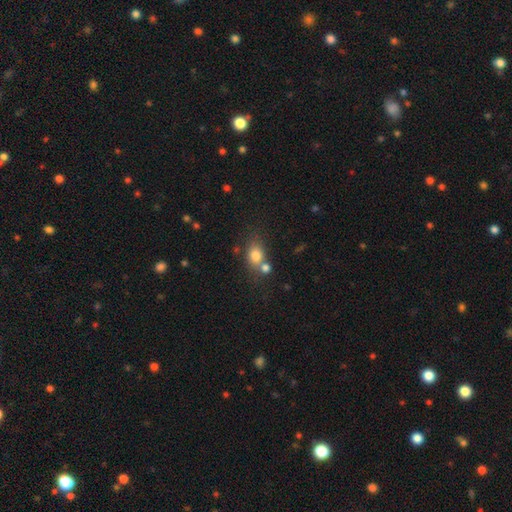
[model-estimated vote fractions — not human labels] Smooth or featured? smooth (79%)
How rounded? in between (55%)
Merging? none (52%)